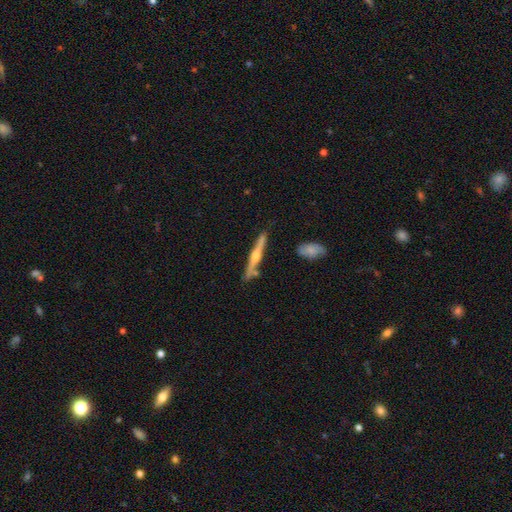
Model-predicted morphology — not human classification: Smooth or featured? featured or disk (72%)
Edge-on disk? yes (97%)
Edge-on bulge? rounded (91%)
Merging? none (82%)